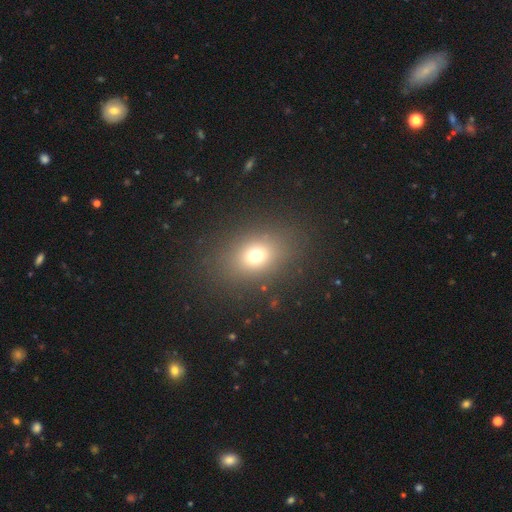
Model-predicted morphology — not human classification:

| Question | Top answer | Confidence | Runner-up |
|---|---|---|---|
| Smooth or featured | smooth | 69% | star or artifact (19%) |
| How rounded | in between | 56% | round (43%) |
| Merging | none | 83% | minor disturbance (9%) |